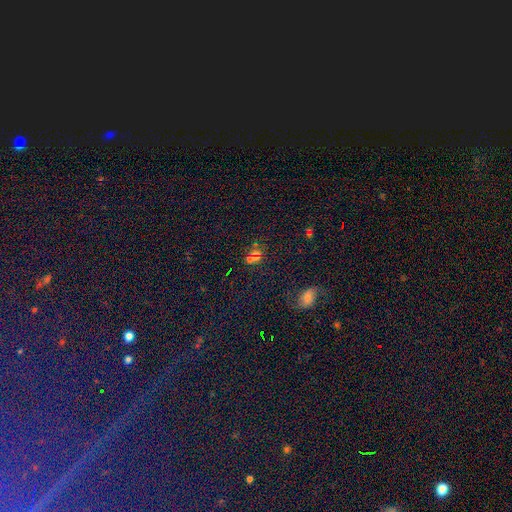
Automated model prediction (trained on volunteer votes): star or artifact 47%, smooth 40%, featured or disk 13%.